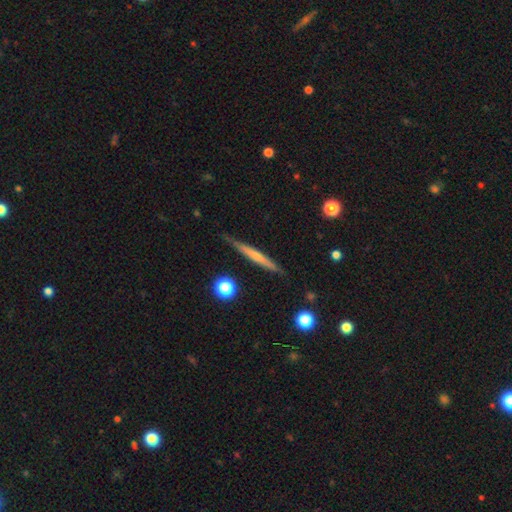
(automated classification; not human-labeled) A featured or disk galaxy (54%) viewed edge-on (97%) with no central bulge (56%).

Vote fractions:
- Smooth or featured? featured or disk: 54% / smooth: 40% / star or artifact: 6%
- Edge-on disk? yes: 97% / no: 3%
- Edge-on bulge? none: 56% / rounded: 39% / boxy: 5%
- Merging? none: 86% / minor disturbance: 11% / major disturbance: 2% / merger: 2%